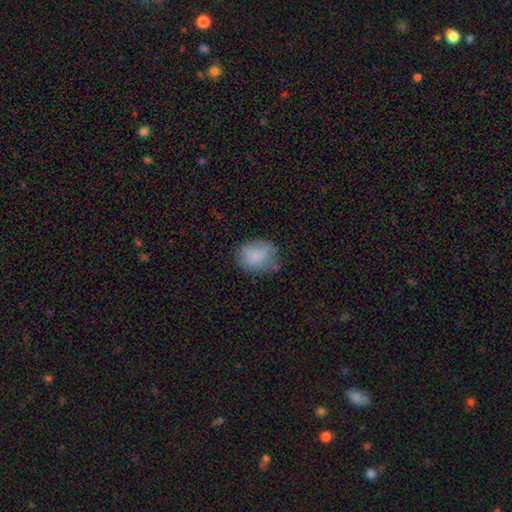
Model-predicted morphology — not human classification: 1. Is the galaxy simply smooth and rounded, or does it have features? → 79% smooth, 12% featured or disk, 9% star or artifact.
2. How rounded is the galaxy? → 50% in between, 49% round, 1% cigar-shaped.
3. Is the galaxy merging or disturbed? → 68% none, 24% minor disturbance, 6% major disturbance, 2% merger.